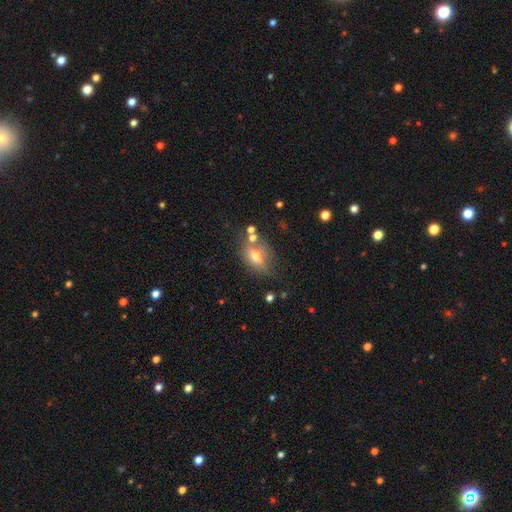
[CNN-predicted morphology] Smooth or featured?
  - smooth: 63% *
  - featured or disk: 24%
  - star or artifact: 12%
How rounded?
  - in between: 75% *
  - round: 20%
  - cigar-shaped: 5%
Merging?
  - none: 58% *
  - minor disturbance: 22%
  - merger: 11%
  - major disturbance: 10%